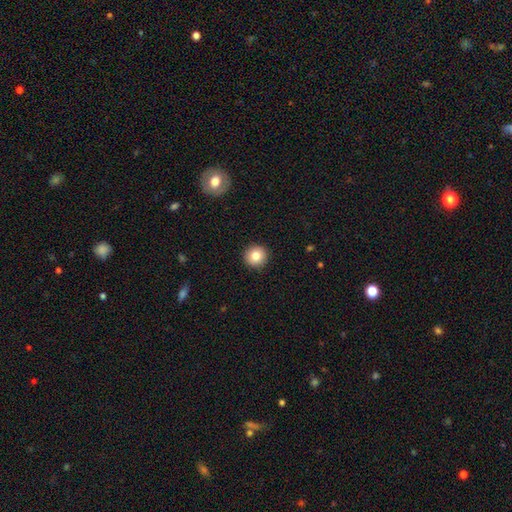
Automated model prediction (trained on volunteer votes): smooth-or-featured: smooth: 82% | star or artifact: 9% | featured or disk: 9%
  how-rounded: round: 94% | in between: 5% | cigar-shaped: 1%
  merging: none: 92% | minor disturbance: 5% | major disturbance: 2% | merger: 1%